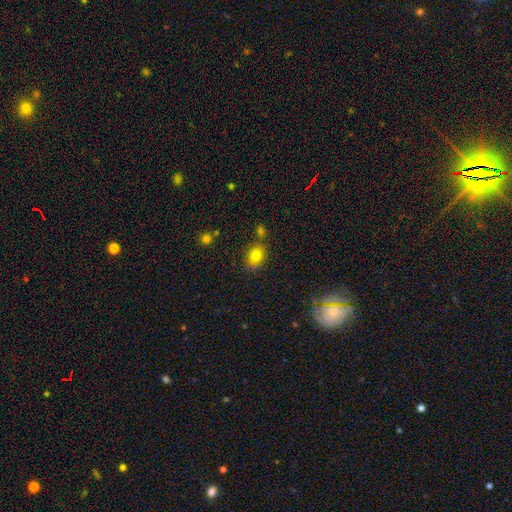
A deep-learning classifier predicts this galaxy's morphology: Smooth or featured?
  - smooth: 81% *
  - star or artifact: 10%
  - featured or disk: 9%
How rounded?
  - in between: 68% *
  - round: 30%
  - cigar-shaped: 1%
Merging?
  - none: 74% *
  - minor disturbance: 15%
  - merger: 8%
  - major disturbance: 4%